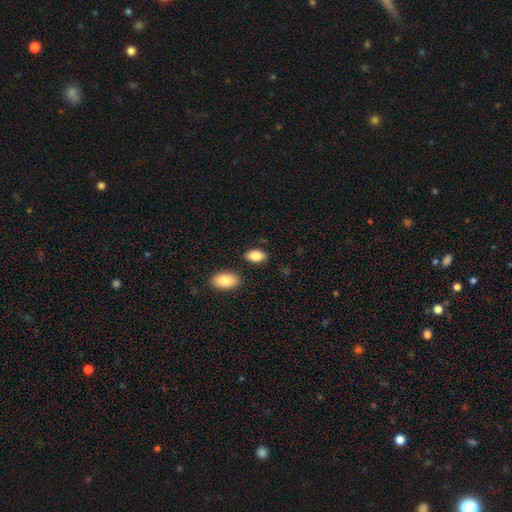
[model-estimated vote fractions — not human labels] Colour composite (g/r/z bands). It shows a smooth galaxy with no disk features (85%) that is in between round and cigar-shaped (92%). Merging: none (84%).